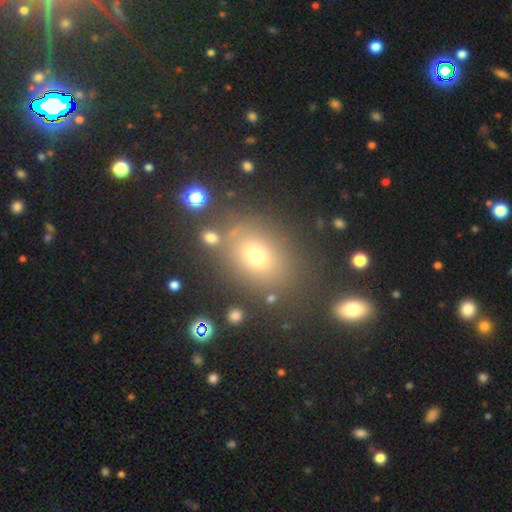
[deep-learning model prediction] smooth 65%, star or artifact 23%, featured or disk 12%. Down the decision tree: how rounded — in between (57%); merging — none (78%).